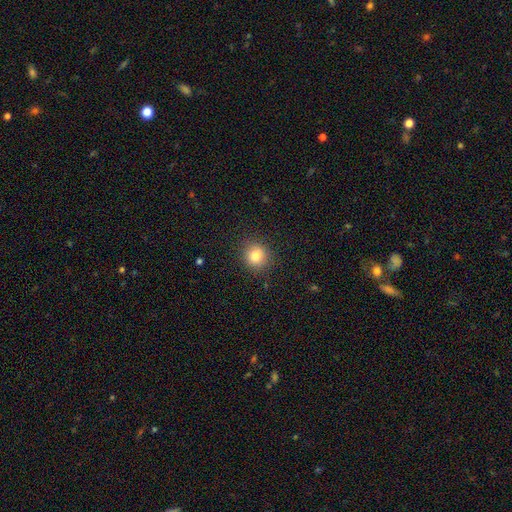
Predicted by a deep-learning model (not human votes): A smooth galaxy with no disk features (82%) that is round (87%). Merging: none (89%).